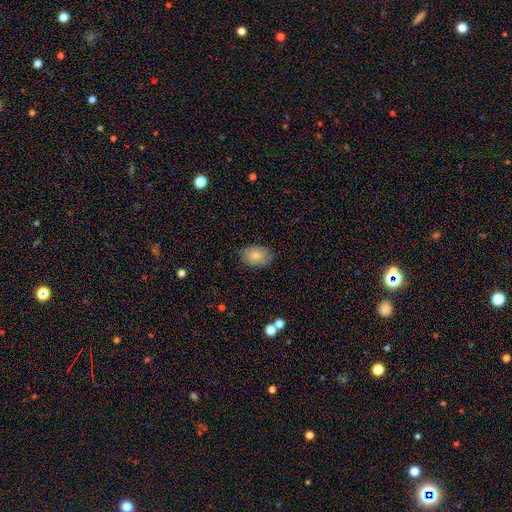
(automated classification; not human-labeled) This appears to be a smooth galaxy with no disk features (84%) that is in between round and cigar-shaped (82%). Merging: none (82%).